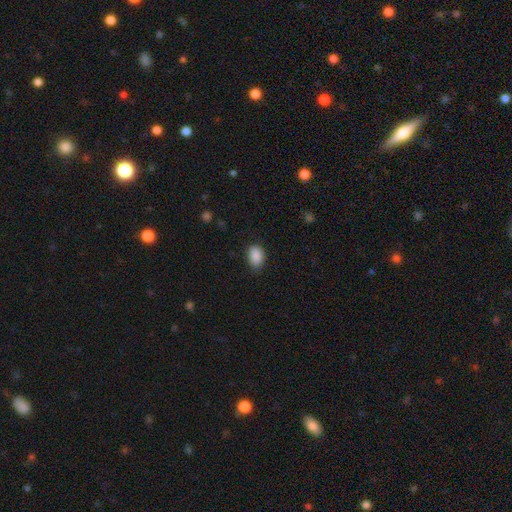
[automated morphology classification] This is clearly a smooth galaxy (89%). How rounded: likely in between (78%). Merging: clearly none (81%).